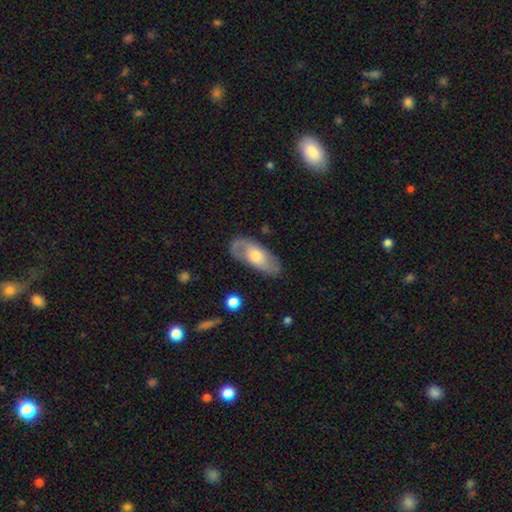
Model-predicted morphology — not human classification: Q: Smooth or featured?
A: featured or disk (48%); runner-up: smooth (46%)
Q: Merging?
A: none (75%); runner-up: minor disturbance (18%)